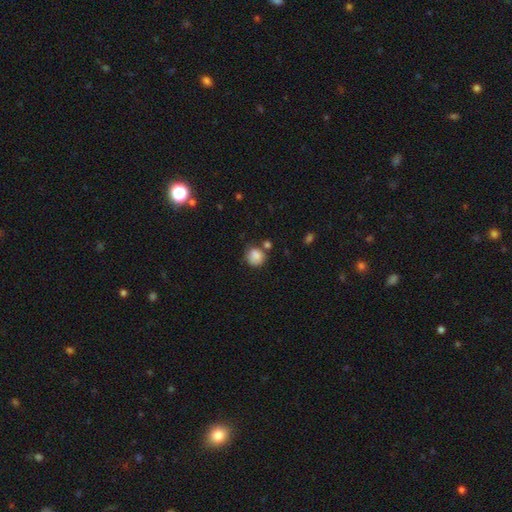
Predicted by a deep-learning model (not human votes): smooth-or-featured: smooth: 82% | featured or disk: 9% | star or artifact: 9%
  how-rounded: round: 80% | in between: 19% | cigar-shaped: 1%
  merging: none: 60% | minor disturbance: 21% | merger: 13% | major disturbance: 6%